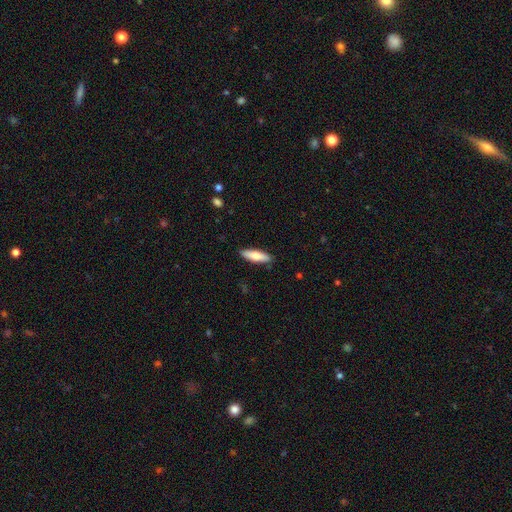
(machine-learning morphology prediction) smooth-or-featured: smooth: 72% | featured or disk: 22% | star or artifact: 6%
  how-rounded: cigar-shaped: 56% | in between: 42% | round: 2%
  merging: none: 87% | minor disturbance: 10% | major disturbance: 2% | merger: 1%